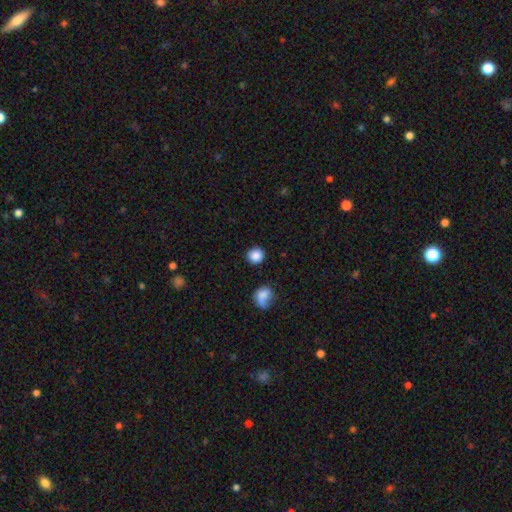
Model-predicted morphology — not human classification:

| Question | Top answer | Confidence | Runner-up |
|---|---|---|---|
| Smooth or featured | smooth | 86% | star or artifact (9%) |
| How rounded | round | 93% | in between (6%) |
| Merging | none | 88% | minor disturbance (7%) |